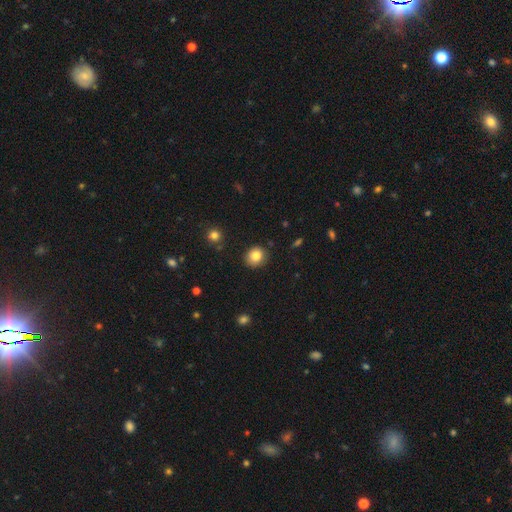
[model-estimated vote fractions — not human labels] Smooth or featured? Predicted: smooth (p=0.84). How rounded? Predicted: round (p=0.80). Merging? Predicted: none (p=0.87).